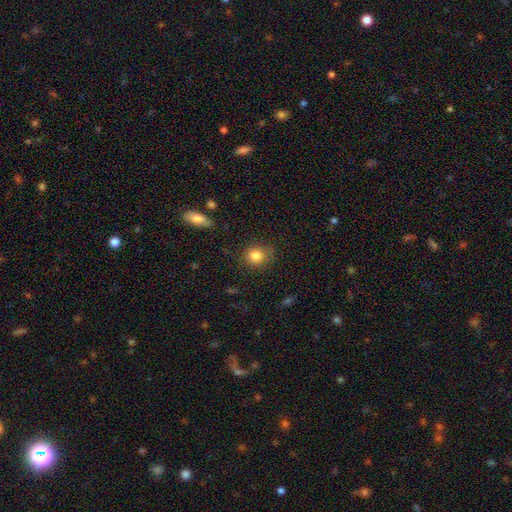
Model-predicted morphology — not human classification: Overall: smooth (83%). How rounded: round (82%). Merging: none (80%).